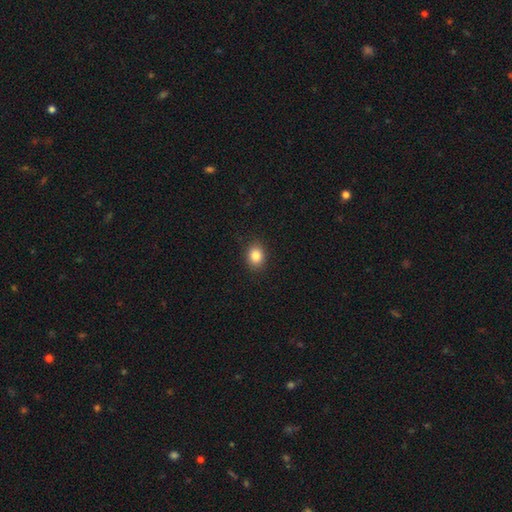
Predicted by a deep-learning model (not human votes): This is clearly a smooth galaxy (85%). How rounded: possibly in between (52%). Merging: clearly none (90%).